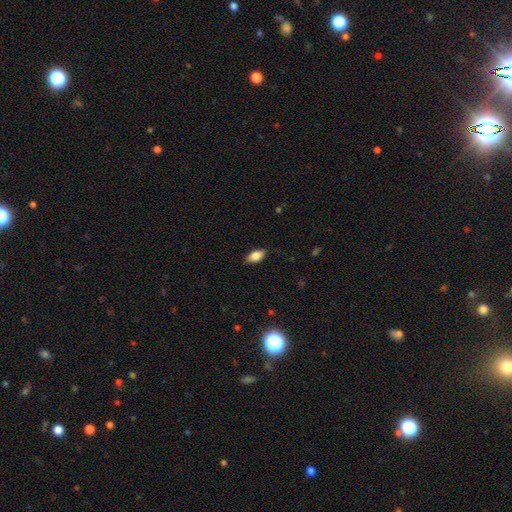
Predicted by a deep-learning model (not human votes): A smooth galaxy with no disk features (83%) that is in between round and cigar-shaped (89%). Merging: none (86%).